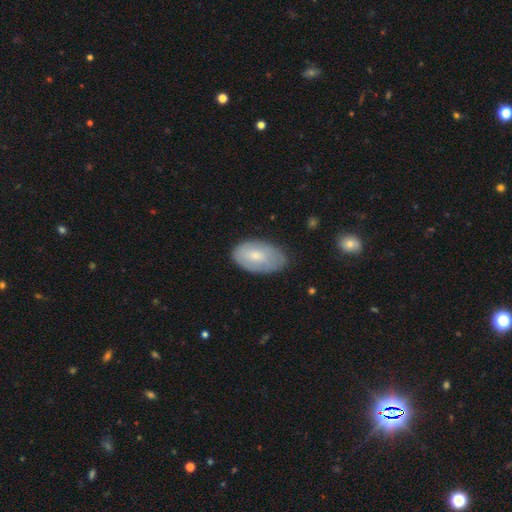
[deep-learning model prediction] This appears to be a smooth galaxy with no disk features (61%) that is in between round and cigar-shaped (94%). Merging: none (65%).